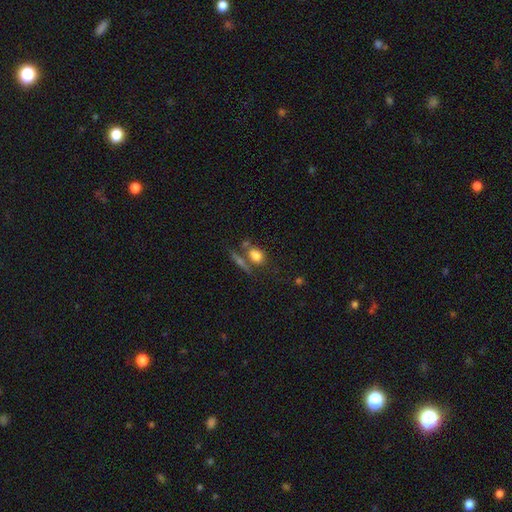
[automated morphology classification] A smooth galaxy with no disk features (77%) that is in between round and cigar-shaped (64%). Merging: none (50%).